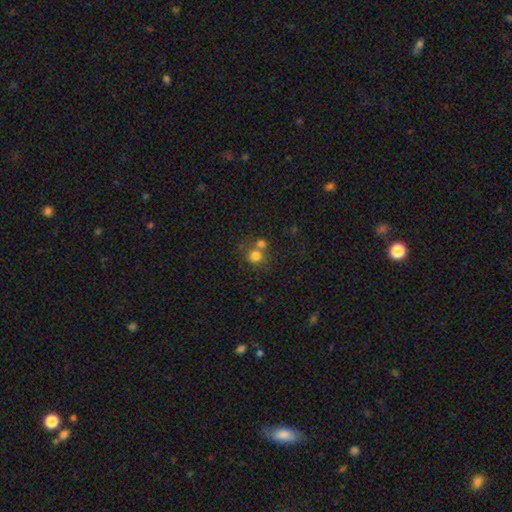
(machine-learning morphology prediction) Smooth or featured?
  - smooth: 77% *
  - star or artifact: 13%
  - featured or disk: 10%
How rounded?
  - round: 87% *
  - in between: 12%
  - cigar-shaped: 1%
Merging?
  - none: 50% *
  - merger: 38%
  - minor disturbance: 8%
  - major disturbance: 4%